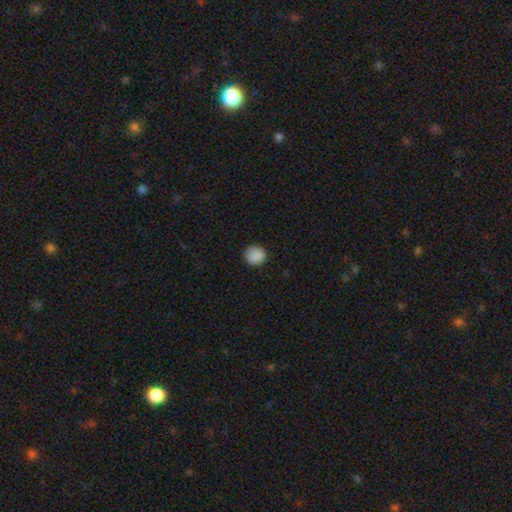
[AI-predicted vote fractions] smooth_or_featured: smooth (p=0.88) [alt: star or artifact p=0.09]
how_rounded: round (p=0.87) [alt: in between p=0.12]
merging: none (p=0.87) [alt: minor disturbance p=0.10]